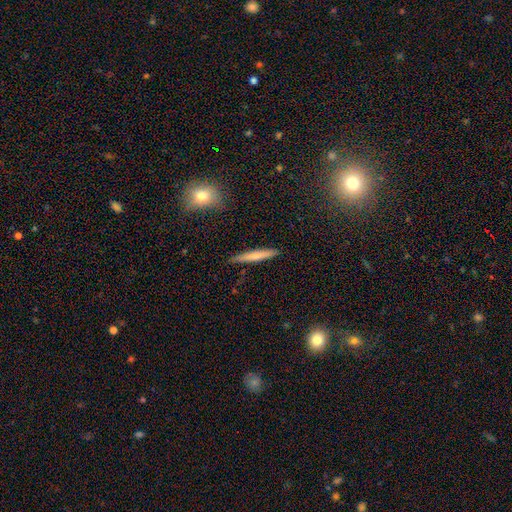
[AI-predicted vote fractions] smooth 65%, featured or disk 29%, star or artifact 6%. Down the decision tree: how rounded — cigar-shaped (94%); merging — none (88%).